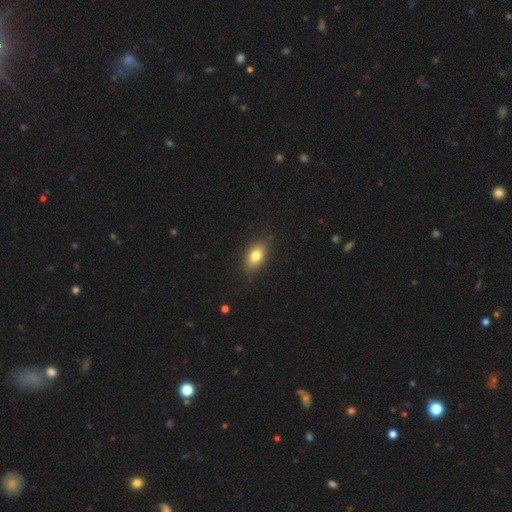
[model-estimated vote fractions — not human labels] smooth-or-featured: smooth: 79% | featured or disk: 12% | star or artifact: 9%
  how-rounded: in between: 84% | round: 13% | cigar-shaped: 3%
  merging: none: 84% | minor disturbance: 13% | major disturbance: 3% | merger: 1%